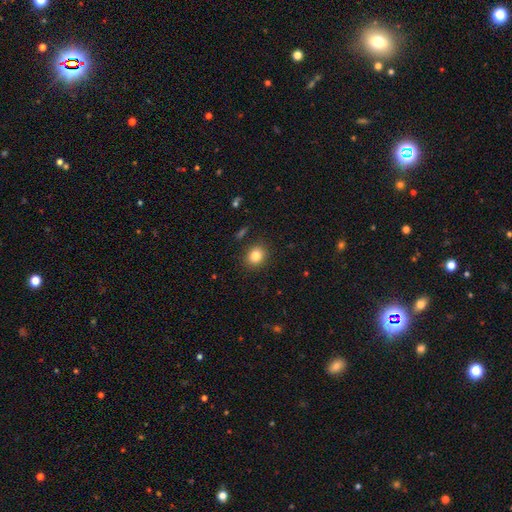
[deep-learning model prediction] This appears to be a smooth galaxy with no disk features (83%) that is round (68%). Merging: none (89%).